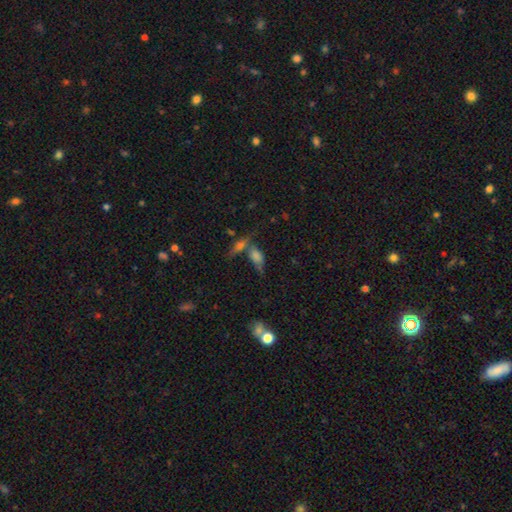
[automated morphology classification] The model was most divided on "merging": none: 40%, merger: 35%, minor disturbance: 14%, major disturbance: 11%. More confident: how rounded — in between (70%); smooth or featured — smooth (56%).